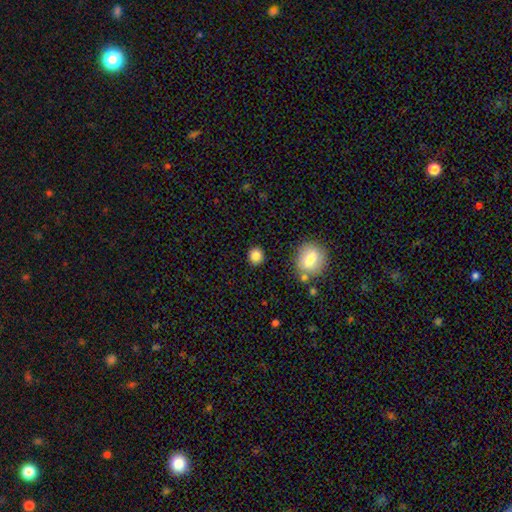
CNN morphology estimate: smooth_or_featured: smooth (p=0.84) [alt: star or artifact p=0.10]
how_rounded: round (p=0.86) [alt: in between p=0.13]
merging: none (p=0.87) [alt: minor disturbance p=0.07]